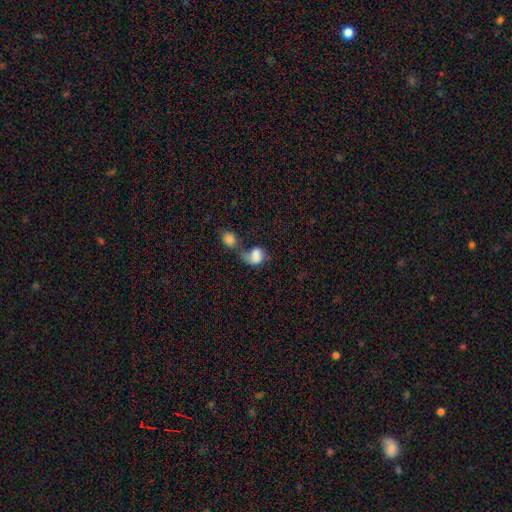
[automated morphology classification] Overall: smooth (77%). How rounded: in between (56%; round 43%). Merging: merger (53%; major disturbance 18%).